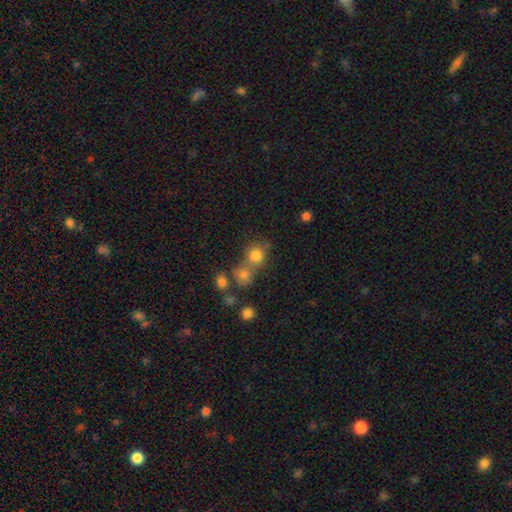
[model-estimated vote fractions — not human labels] Smooth or featured? Predicted: smooth (p=0.78). How rounded? Predicted: round (p=0.83). Merging? Predicted: none (p=0.50).